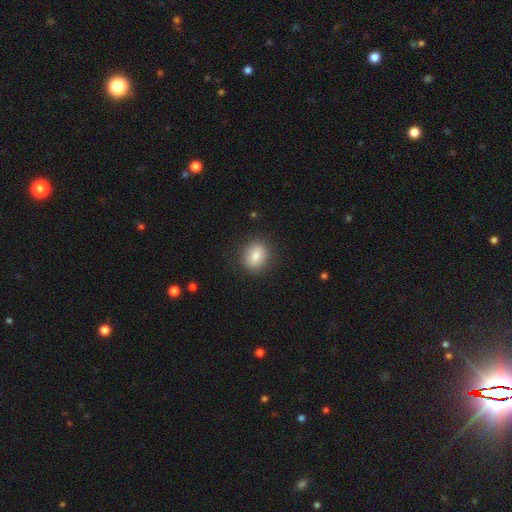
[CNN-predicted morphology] This appears to be a smooth galaxy with no disk features (82%) that is round (63%). Merging: none (87%).